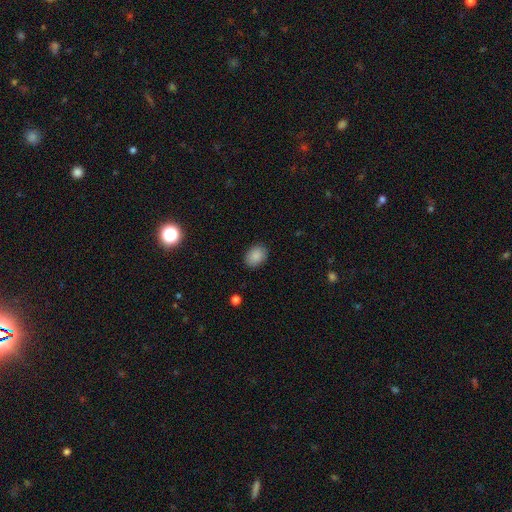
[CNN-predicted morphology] Smooth or featured? Predicted: smooth (p=0.89). How rounded? Predicted: in between (p=0.69). Merging? Predicted: none (p=0.87).